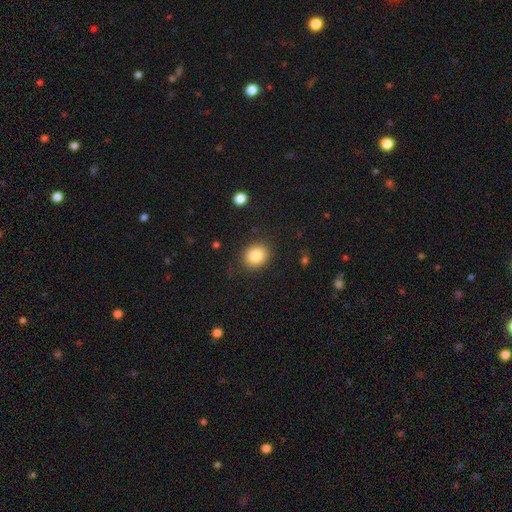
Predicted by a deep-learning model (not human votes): Smooth or featured: smooth — 83% (star or artifact — 10%)
How rounded: round — 72% (in between — 27%)
Merging: none — 86% (minor disturbance — 9%)